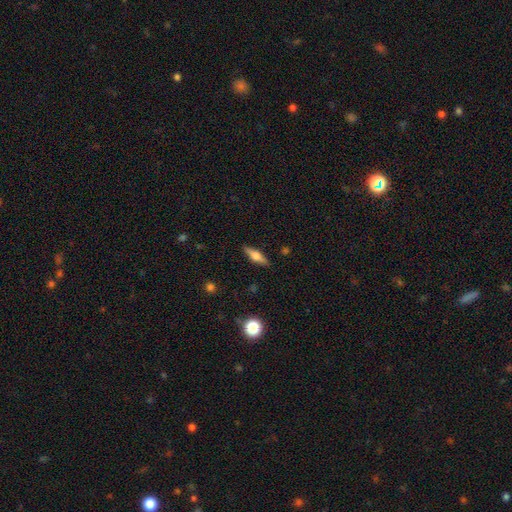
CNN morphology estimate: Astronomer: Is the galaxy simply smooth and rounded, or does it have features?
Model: featured or disk — 48% (runner-up: smooth, 45%).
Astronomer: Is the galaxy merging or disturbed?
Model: none — 89%.